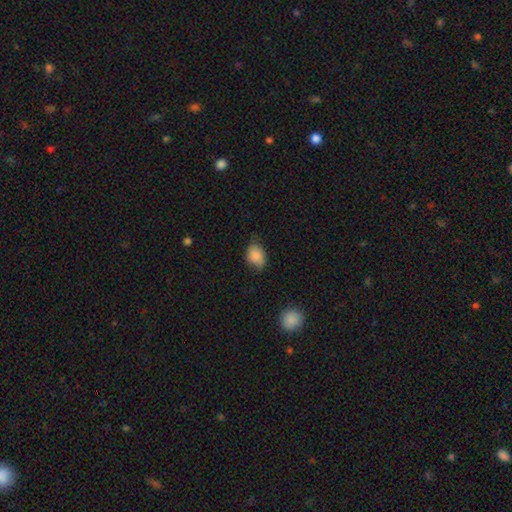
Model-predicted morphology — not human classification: A smooth galaxy with no disk features (86%) that is in between round and cigar-shaped (71%).

Vote fractions:
- Smooth or featured? smooth: 86% / star or artifact: 8% / featured or disk: 7%
- How rounded? in between: 71% / round: 28% / cigar-shaped: 1%
- Merging? none: 67% / minor disturbance: 27% / major disturbance: 5% / merger: 1%